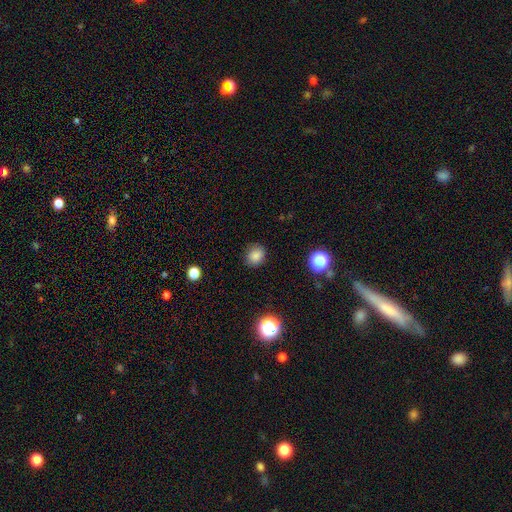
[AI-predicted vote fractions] smooth-or-featured: smooth: 83% | star or artifact: 13% | featured or disk: 5%
  how-rounded: round: 76% | in between: 23% | cigar-shaped: 1%
  merging: none: 86% | minor disturbance: 10% | major disturbance: 3% | merger: 1%